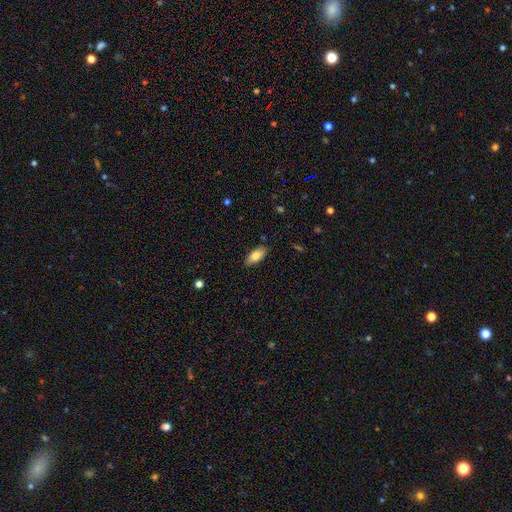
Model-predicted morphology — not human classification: smooth_or_featured: smooth (p=0.78) [alt: featured or disk p=0.15]
how_rounded: in between (p=0.88) [alt: cigar-shaped p=0.10]
merging: none (p=0.86) [alt: minor disturbance p=0.11]